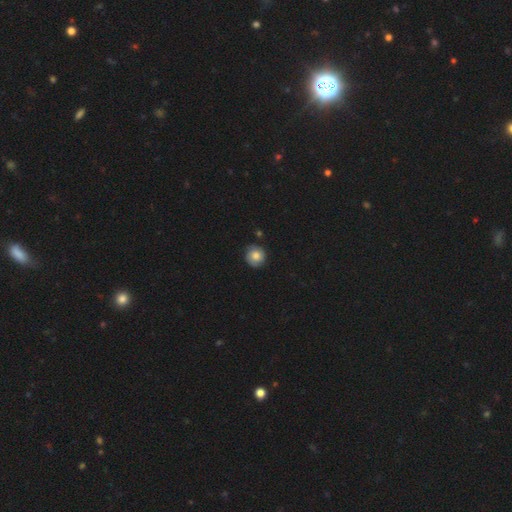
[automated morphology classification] This appears to be a smooth galaxy with no disk features (67%) that is round (91%). Merging: none (83%).